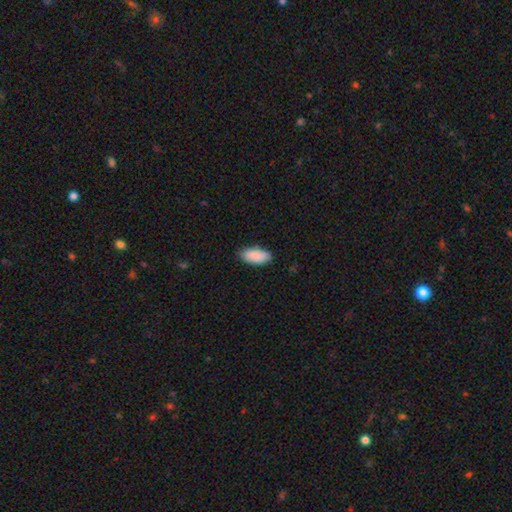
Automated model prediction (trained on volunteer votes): Smooth or featured? Predicted: smooth (p=0.88). How rounded? Predicted: in between (p=0.91). Merging? Predicted: none (p=0.83).